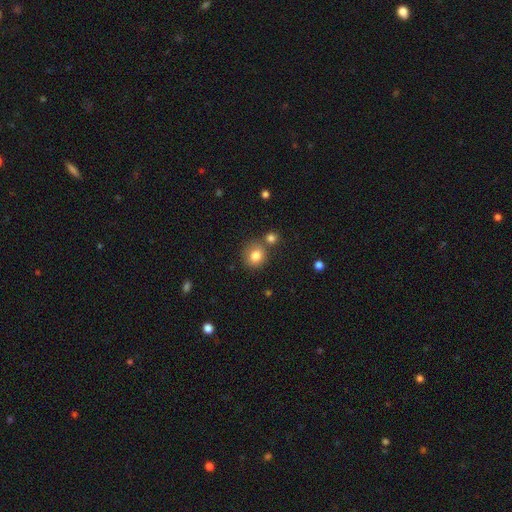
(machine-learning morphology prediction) A smooth galaxy with no disk features (82%) that is round (80%). Merging: none (70%).